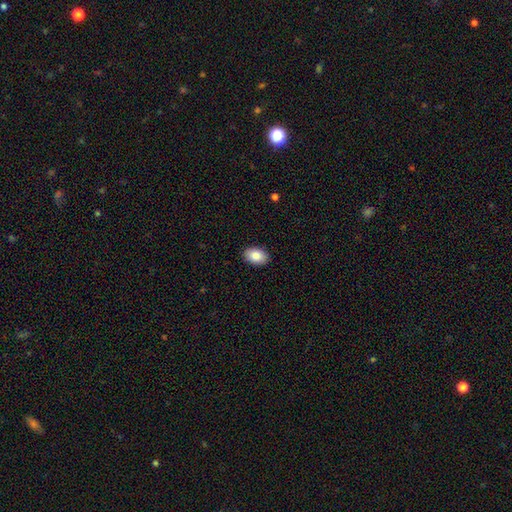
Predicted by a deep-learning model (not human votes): A smooth galaxy with no disk features (86%) that is in between round and cigar-shaped (88%). Merging: none (90%).